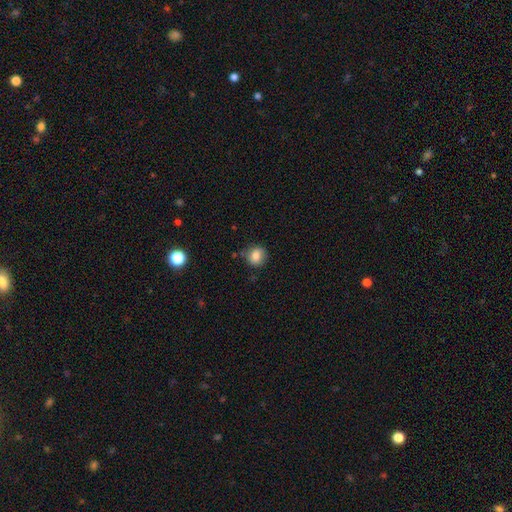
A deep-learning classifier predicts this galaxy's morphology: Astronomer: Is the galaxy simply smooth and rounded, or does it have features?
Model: smooth — 81%.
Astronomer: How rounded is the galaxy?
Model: round — 80%.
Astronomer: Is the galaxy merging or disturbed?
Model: none — 76%.